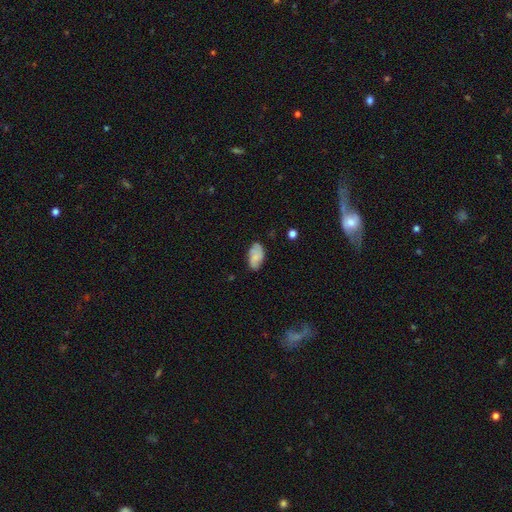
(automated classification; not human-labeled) A smooth galaxy with no disk features (66%) that is in between round and cigar-shaped (93%). Merging: none (72%).